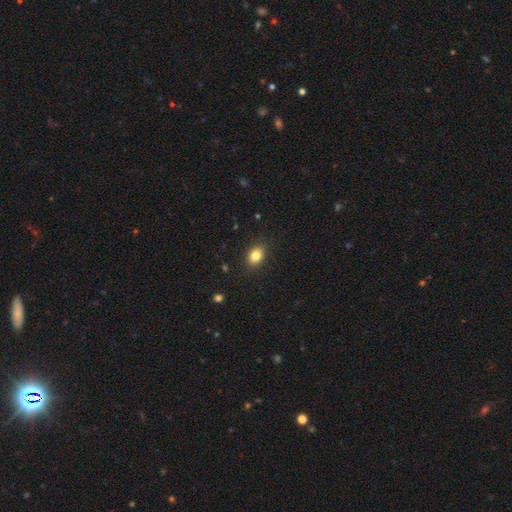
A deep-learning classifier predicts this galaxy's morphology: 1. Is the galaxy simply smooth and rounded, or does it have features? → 83% smooth, 9% star or artifact, 7% featured or disk.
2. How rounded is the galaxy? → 72% in between, 27% round, 1% cigar-shaped.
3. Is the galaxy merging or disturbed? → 88% none, 8% minor disturbance, 2% major disturbance, 1% merger.